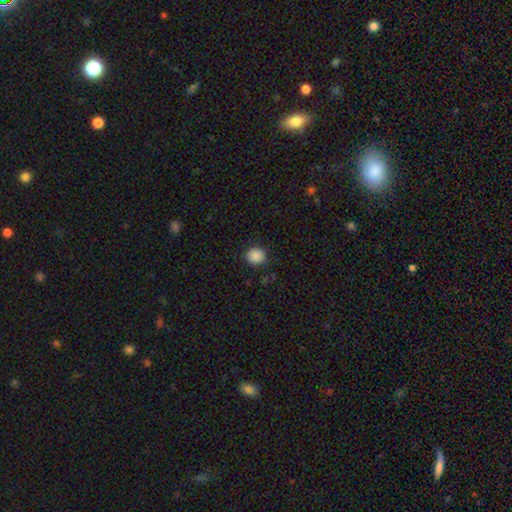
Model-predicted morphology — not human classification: A smooth galaxy with no disk features (88%) that is round (80%).

Vote fractions:
- Smooth or featured? smooth: 88% / star or artifact: 9% / featured or disk: 3%
- How rounded? round: 80% / in between: 19% / cigar-shaped: 1%
- Merging? none: 88% / minor disturbance: 9% / major disturbance: 3% / merger: 1%